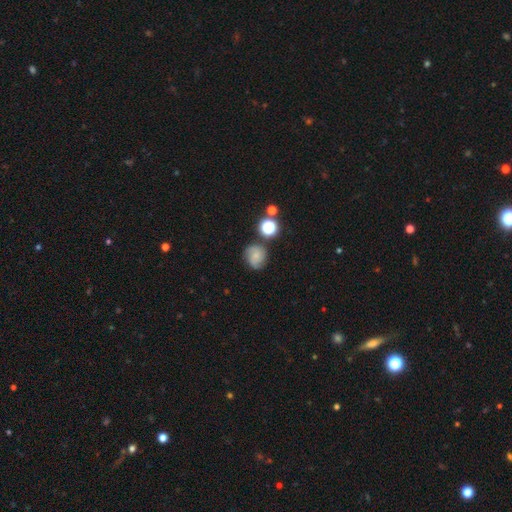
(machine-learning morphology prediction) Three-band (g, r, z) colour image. It shows a smooth galaxy with no disk features (47%). Merging: none (70%).